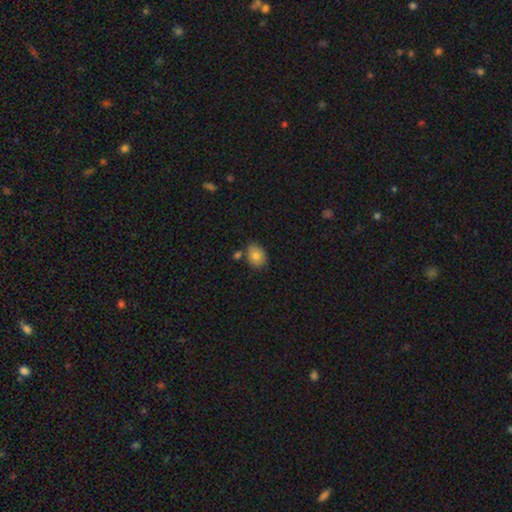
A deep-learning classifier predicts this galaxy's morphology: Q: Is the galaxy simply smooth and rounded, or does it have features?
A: smooth — 81%.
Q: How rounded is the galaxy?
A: in between — 57%.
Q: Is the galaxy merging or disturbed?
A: none — 68%.